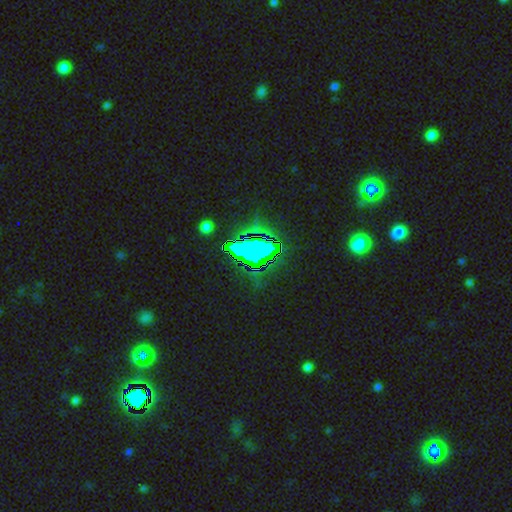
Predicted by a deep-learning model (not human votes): star or artifact 73%, smooth 16%, featured or disk 11%.